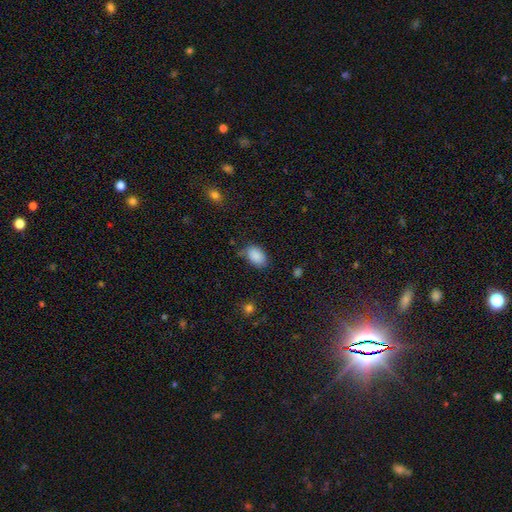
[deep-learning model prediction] A smooth galaxy with no disk features (88%) that is in between round and cigar-shaped (89%). Merging: none (70%).